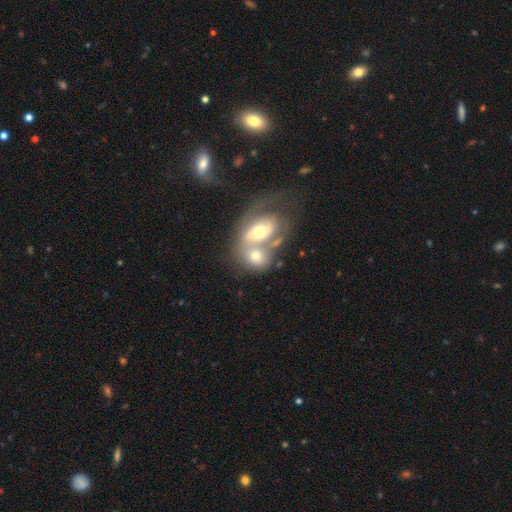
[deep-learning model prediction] This appears to be a smooth galaxy with no disk features (46%, tied with featured or disk). Merging: merger (70%).